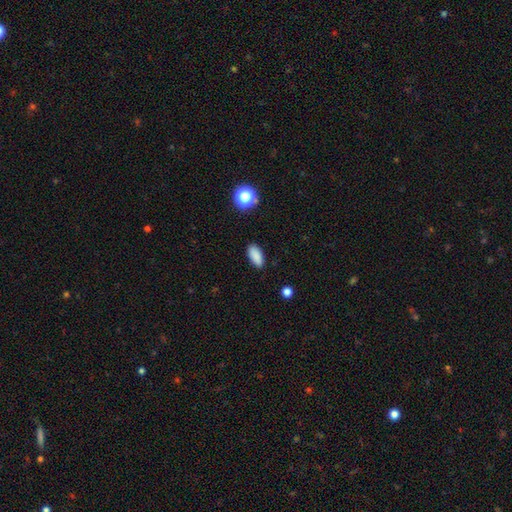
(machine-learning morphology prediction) The model was most divided on "how rounded": in between: 87%, cigar-shaped: 10%, round: 4%. More confident: merging — none (87%); smooth or featured — smooth (87%).